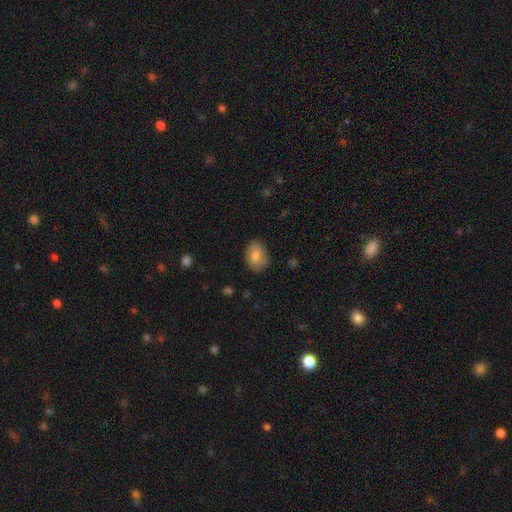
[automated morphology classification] Overall: smooth (80%). How rounded: in between (72%). Merging: none (80%).